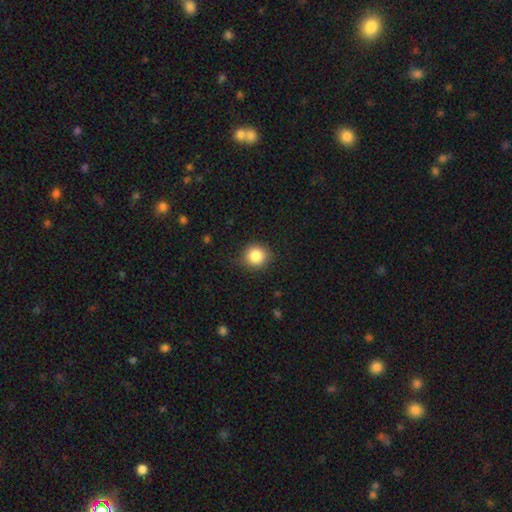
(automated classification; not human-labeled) Overall: smooth (85%). How rounded: round (90%). Merging: none (86%).